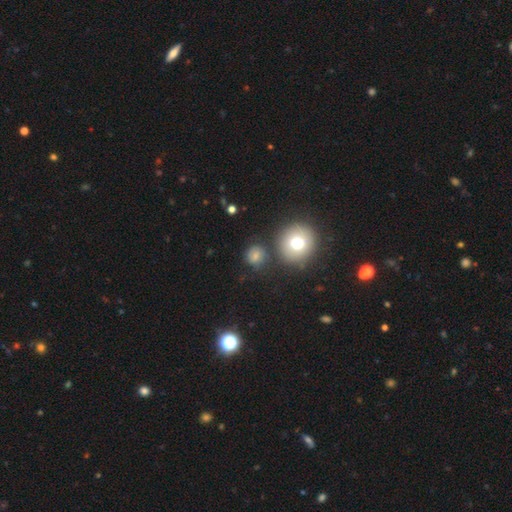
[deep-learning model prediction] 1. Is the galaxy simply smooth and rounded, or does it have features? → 71% smooth, 16% star or artifact, 13% featured or disk.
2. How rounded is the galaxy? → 86% round, 13% in between, 1% cigar-shaped.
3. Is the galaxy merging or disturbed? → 74% none, 14% minor disturbance, 6% merger, 6% major disturbance.